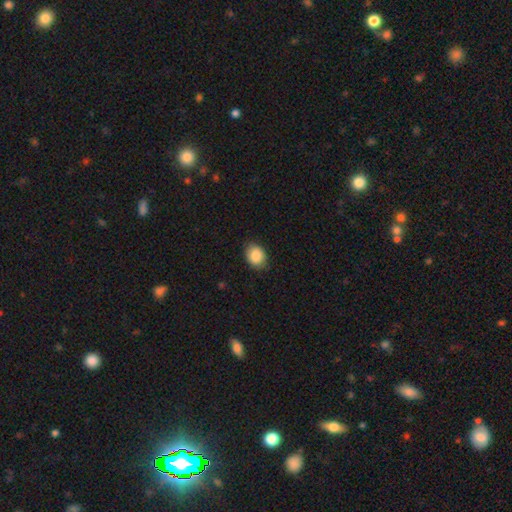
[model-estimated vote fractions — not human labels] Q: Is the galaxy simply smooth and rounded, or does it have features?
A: smooth — 88%.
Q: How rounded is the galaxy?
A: in between — 58%.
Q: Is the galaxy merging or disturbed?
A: none — 82%.